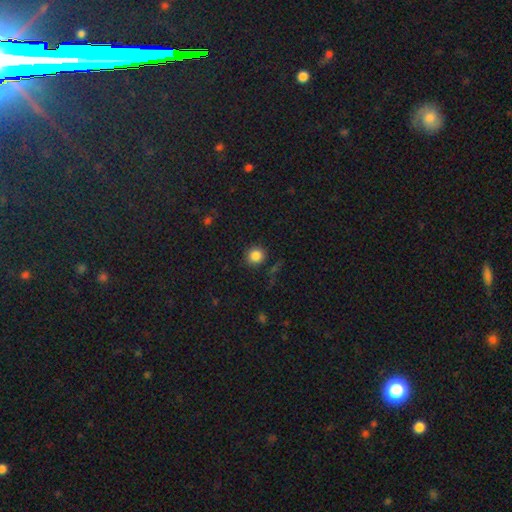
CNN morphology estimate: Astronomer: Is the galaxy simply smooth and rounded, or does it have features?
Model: smooth — 85%.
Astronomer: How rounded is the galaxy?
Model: round — 90%.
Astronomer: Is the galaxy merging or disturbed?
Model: none — 87%.